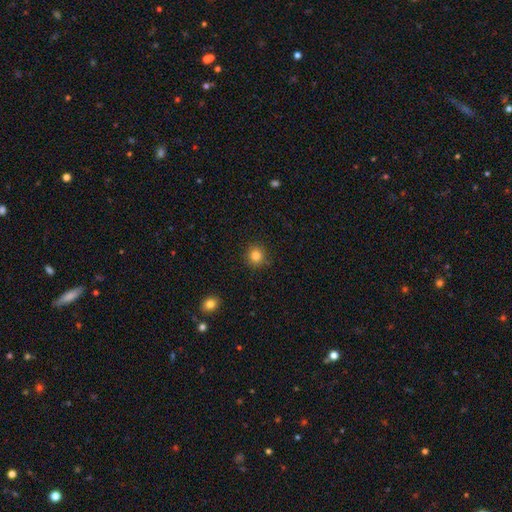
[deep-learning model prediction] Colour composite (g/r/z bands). It shows a smooth galaxy with no disk features (83%) that is round (91%). Merging: none (89%).